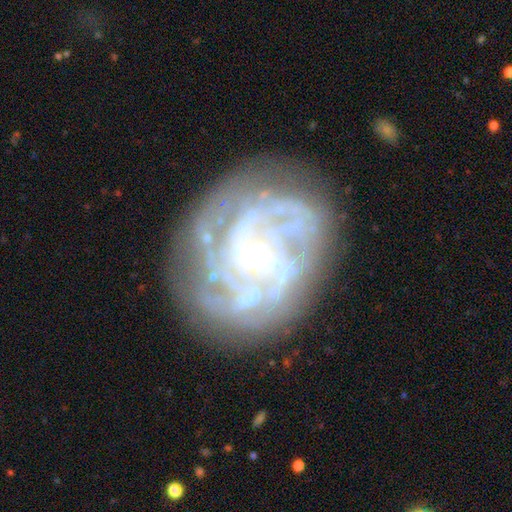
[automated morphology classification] Q: Smooth or featured?
A: featured or disk (86%); runner-up: smooth (7%)
Q: Edge-on disk?
A: no (98%); runner-up: yes (2%)
Q: Bar?
A: no (68%); runner-up: weak (24%)
Q: Spiral arms?
A: yes (93%); runner-up: no (7%)
Q: Spiral winding?
A: tight (61%); runner-up: medium (30%)
Q: Spiral arm count?
A: can't tell (28%); runner-up: 4 (22%)
Q: Bulge size?
A: small (83%); runner-up: moderate (10%)
Q: Merging?
A: none (74%); runner-up: minor disturbance (15%)